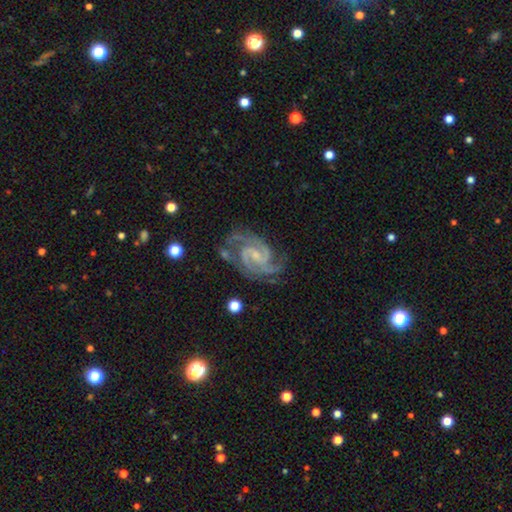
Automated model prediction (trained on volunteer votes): This is clearly a featured or disk galaxy (93%). It is clearly not viewed edge-on (98%). Bar: possibly weak (47%). Spiral arm pattern: clearly yes (99%). Spiral arm count: possibly 2 (57%). Spiral winding: possibly tight (50%). Central bulge: likely small (72%). Merging: likely none (72%).